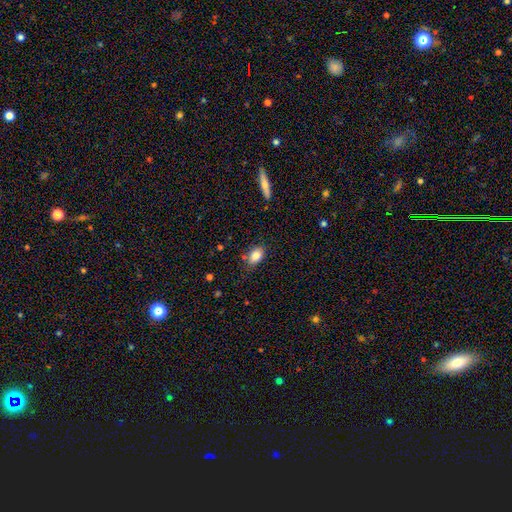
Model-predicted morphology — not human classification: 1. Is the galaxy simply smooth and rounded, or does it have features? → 83% smooth, 9% star or artifact, 8% featured or disk.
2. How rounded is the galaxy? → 83% in between, 15% round, 2% cigar-shaped.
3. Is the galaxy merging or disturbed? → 77% none, 16% minor disturbance, 4% merger, 3% major disturbance.